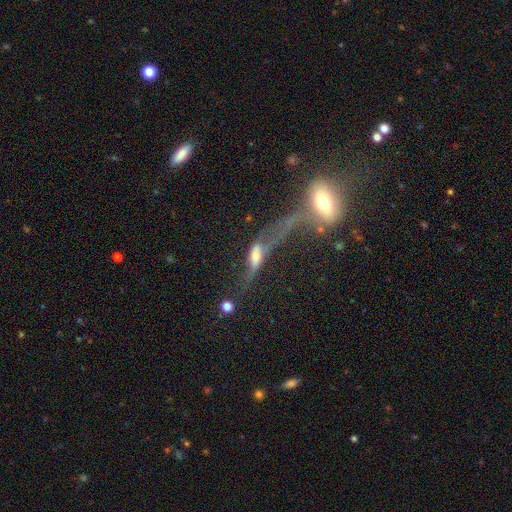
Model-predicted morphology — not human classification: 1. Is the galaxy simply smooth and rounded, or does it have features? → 54% featured or disk, 33% smooth, 13% star or artifact.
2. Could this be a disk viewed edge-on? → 60% no, 40% yes.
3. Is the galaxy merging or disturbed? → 40% merger, 33% major disturbance, 16% none, 11% minor disturbance.